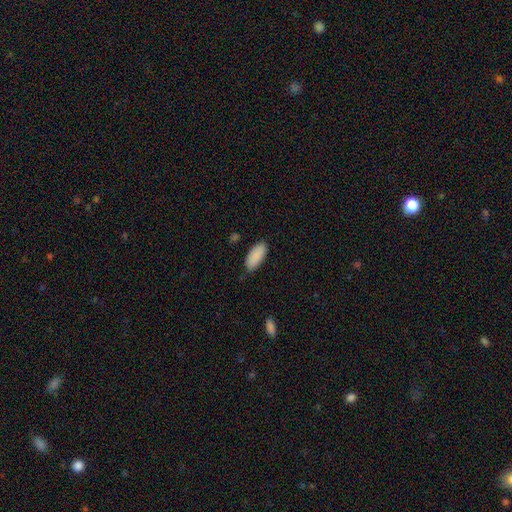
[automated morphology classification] This appears to be a smooth galaxy with no disk features (90%) that is in between round and cigar-shaped (89%). Merging: none (84%).